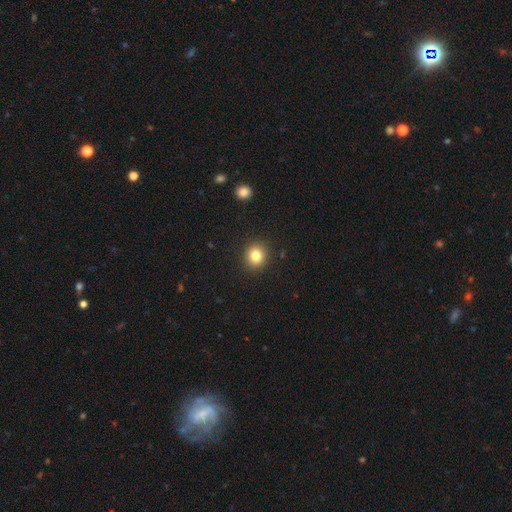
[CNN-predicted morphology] Smooth or featured?
  - smooth: 81% *
  - star or artifact: 12%
  - featured or disk: 7%
How rounded?
  - round: 86% *
  - in between: 13%
  - cigar-shaped: 1%
Merging?
  - none: 91% *
  - minor disturbance: 6%
  - major disturbance: 2%
  - merger: 1%